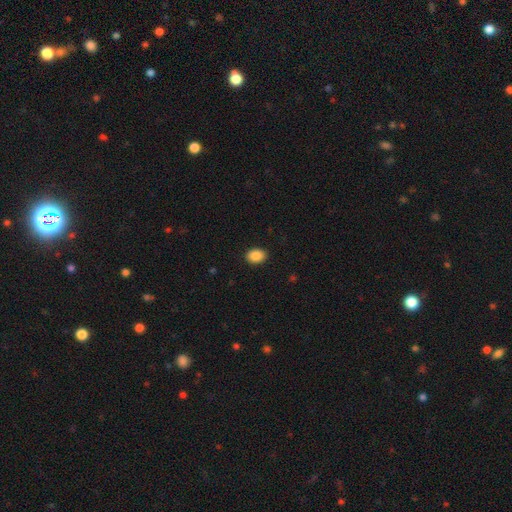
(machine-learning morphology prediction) smooth-or-featured: smooth: 89% | star or artifact: 8% | featured or disk: 3%
  how-rounded: in between: 72% | round: 27% | cigar-shaped: 1%
  merging: none: 90% | minor disturbance: 7% | major disturbance: 2% | merger: 1%